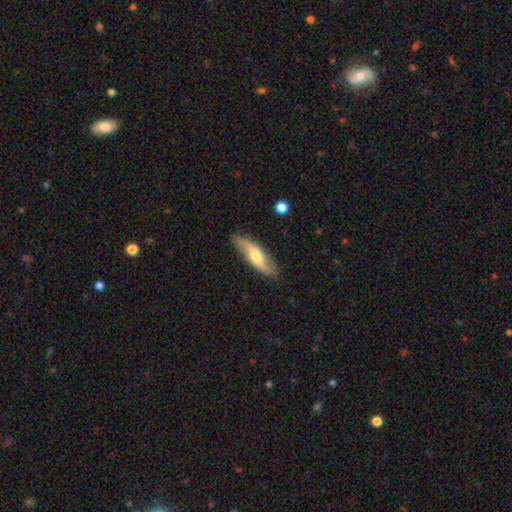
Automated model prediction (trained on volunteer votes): Q: Smooth or featured?
A: featured or disk (54%); runner-up: smooth (41%)
Q: Edge-on disk?
A: no (70%); runner-up: yes (30%)
Q: Merging?
A: none (83%); runner-up: minor disturbance (13%)